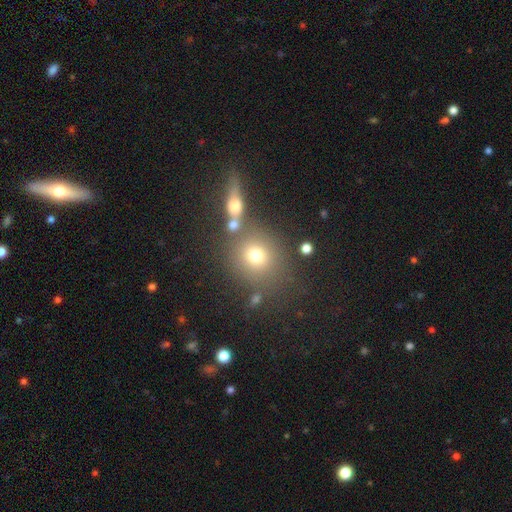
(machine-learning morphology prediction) smooth 72%, star or artifact 16%, featured or disk 13%. Down the decision tree: how rounded — round (82%); merging — none (67%).